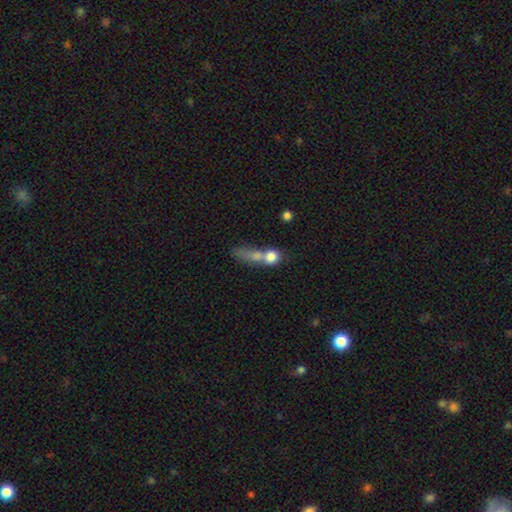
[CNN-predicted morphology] smooth-or-featured: smooth: 65% | featured or disk: 23% | star or artifact: 12%
  how-rounded: round: 41% | in between: 31% | cigar-shaped: 28%
  merging: merger: 51% | none: 23% | major disturbance: 15% | minor disturbance: 10%